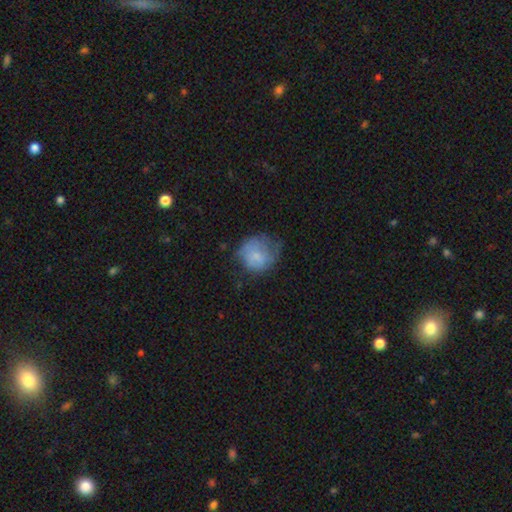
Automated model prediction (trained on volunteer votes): A smooth galaxy with no disk features (68%) that is round (79%).

Vote fractions:
- Smooth or featured? smooth: 68% / featured or disk: 24% / star or artifact: 8%
- How rounded? round: 79% / in between: 20% / cigar-shaped: 1%
- Merging? none: 43% / minor disturbance: 34% / major disturbance: 21% / merger: 2%